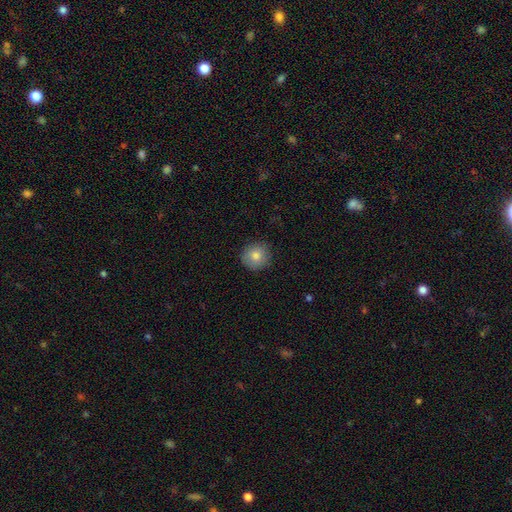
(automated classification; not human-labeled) The model was most divided on "smooth or featured": smooth: 82%, featured or disk: 9%, star or artifact: 9%. More confident: how rounded — round (93%); merging — none (88%).